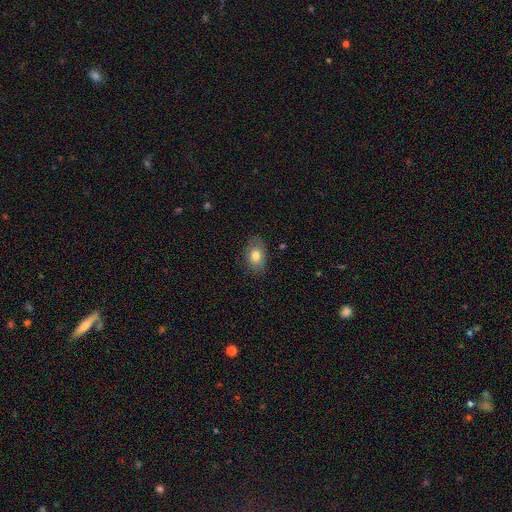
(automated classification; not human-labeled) A smooth galaxy with no disk features (78%) that is in between round and cigar-shaped (82%). Merging: none (77%).